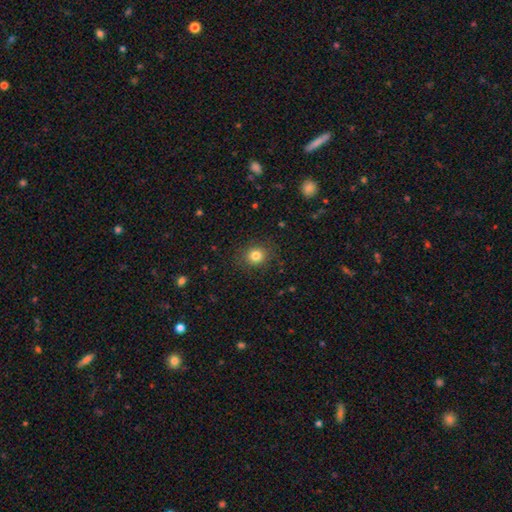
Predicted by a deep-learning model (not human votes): Smooth or featured? smooth (82%)
How rounded? round (85%)
Merging? none (88%)